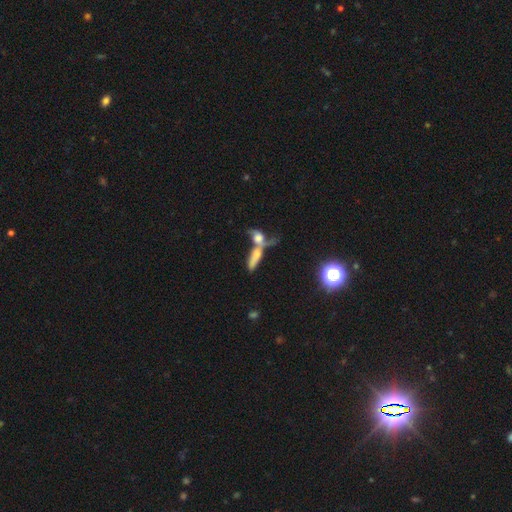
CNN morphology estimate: smooth_or_featured: smooth (p=0.51) [alt: featured or disk p=0.36]
how_rounded: in between (p=0.47) [alt: cigar-shaped p=0.46]
merging: merger (p=0.67) [alt: none p=0.18]